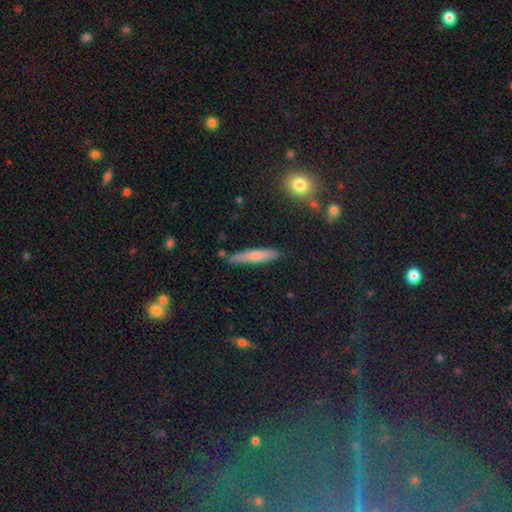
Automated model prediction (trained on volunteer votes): smooth-or-featured: smooth: 65% | featured or disk: 28% | star or artifact: 7%
  how-rounded: cigar-shaped: 89% | in between: 9% | round: 2%
  merging: none: 81% | minor disturbance: 13% | merger: 3% | major disturbance: 2%